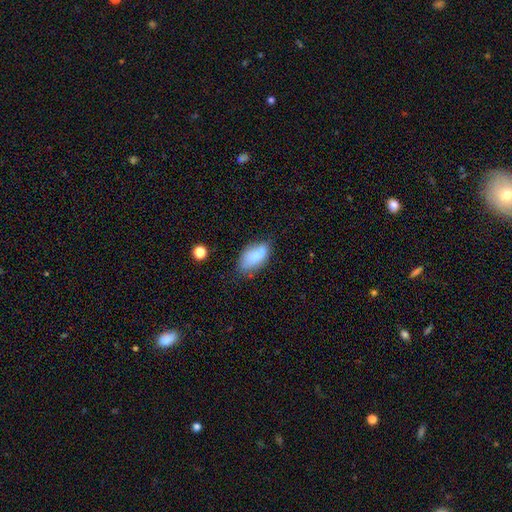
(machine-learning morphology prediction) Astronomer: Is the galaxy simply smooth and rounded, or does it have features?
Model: smooth — 72%.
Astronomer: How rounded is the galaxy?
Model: in between — 91%.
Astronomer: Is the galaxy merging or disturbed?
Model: none — 46% (runner-up: merger, 24%).